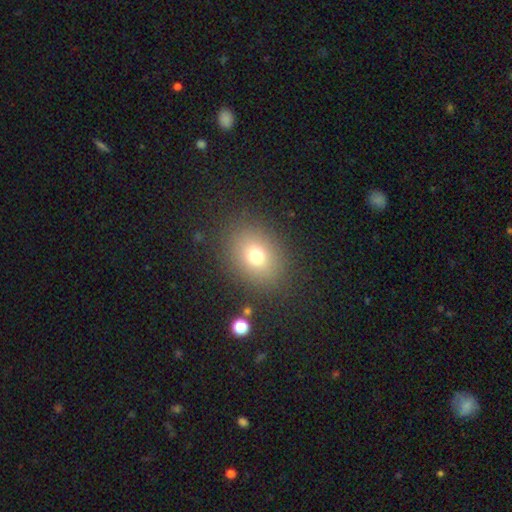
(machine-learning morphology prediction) type=smooth (72%); roundness=in between (54%); merging=none (85%).